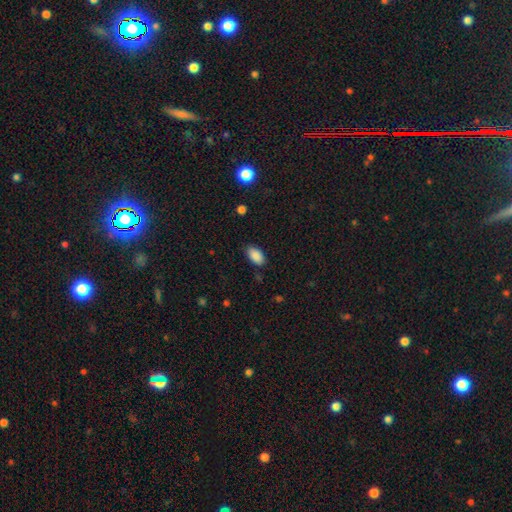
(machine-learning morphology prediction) smooth_or_featured: smooth (p=0.89) [alt: star or artifact p=0.08]
how_rounded: in between (p=0.94) [alt: round p=0.04]
merging: none (p=0.84) [alt: minor disturbance p=0.12]